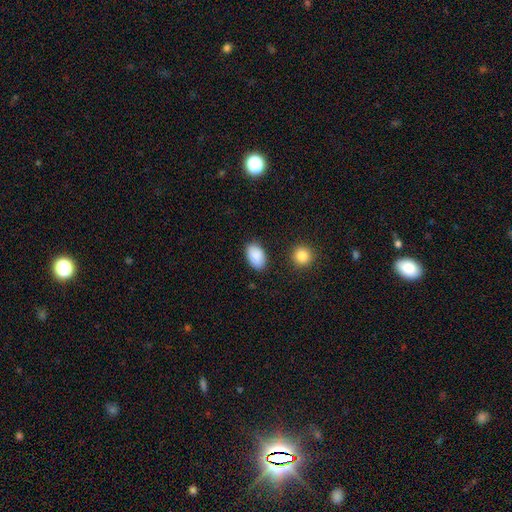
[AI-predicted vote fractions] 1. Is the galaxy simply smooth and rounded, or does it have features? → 89% smooth, 6% star or artifact, 4% featured or disk.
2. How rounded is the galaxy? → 92% in between, 7% round, 1% cigar-shaped.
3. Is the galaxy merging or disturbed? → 84% none, 11% minor disturbance, 3% major disturbance, 2% merger.